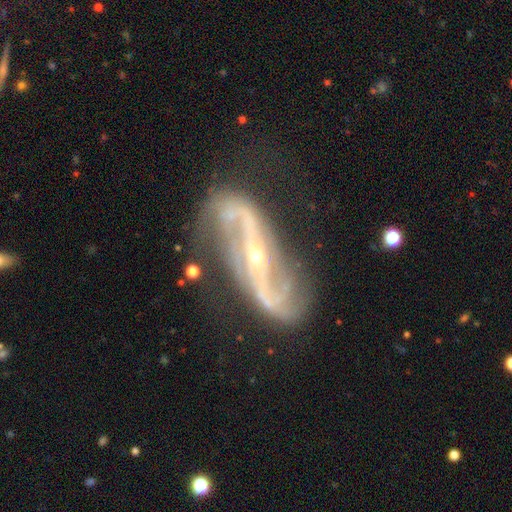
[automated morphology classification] Smooth or featured?
  - featured or disk: 91% *
  - star or artifact: 5%
  - smooth: 4%
Edge-on disk?
  - no: 93% *
  - yes: 7%
Bar?
  - strong: 59% *
  - no: 21%
  - weak: 20%
Spiral arms?
  - yes: 96% *
  - no: 4%
Spiral winding?
  - loose: 49% *
  - medium: 36%
  - tight: 15%
Spiral arm count?
  - 2: 92% *
  - can't tell: 3%
  - 3: 1%
  - 1: 1%
  - 4: 1%
  - more than 4: 1%
Bulge size?
  - small: 77% *
  - moderate: 19%
  - large: 1%
  - dominant: 1%
  - none: 1%
Merging?
  - none: 70% *
  - minor disturbance: 18%
  - major disturbance: 9%
  - merger: 3%